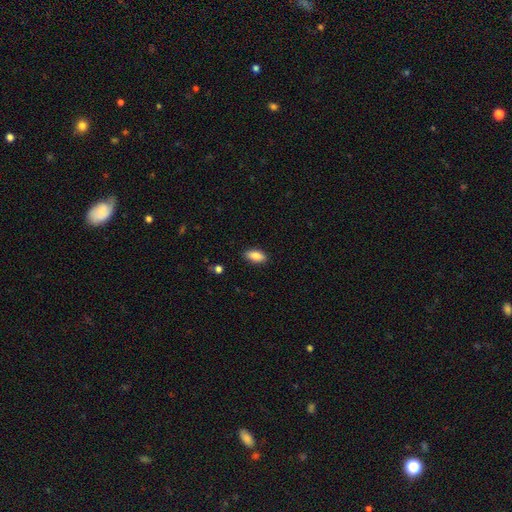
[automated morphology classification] The model was most divided on "how rounded": in between: 88%, cigar-shaped: 9%, round: 3%. More confident: merging — none (88%); smooth or featured — smooth (86%).